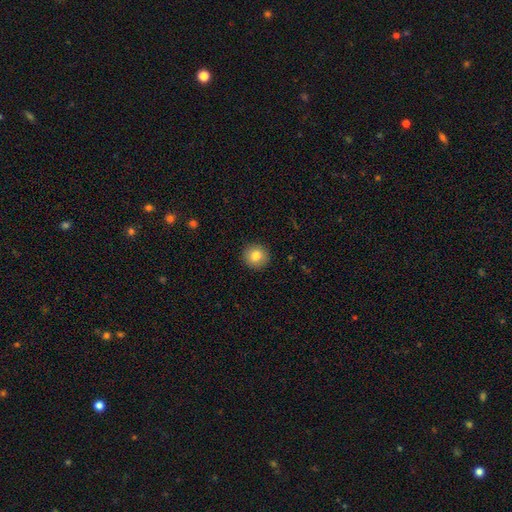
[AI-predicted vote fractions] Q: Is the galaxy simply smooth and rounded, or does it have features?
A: smooth — 82%.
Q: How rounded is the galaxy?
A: round — 93%.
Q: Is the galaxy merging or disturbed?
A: none — 92%.